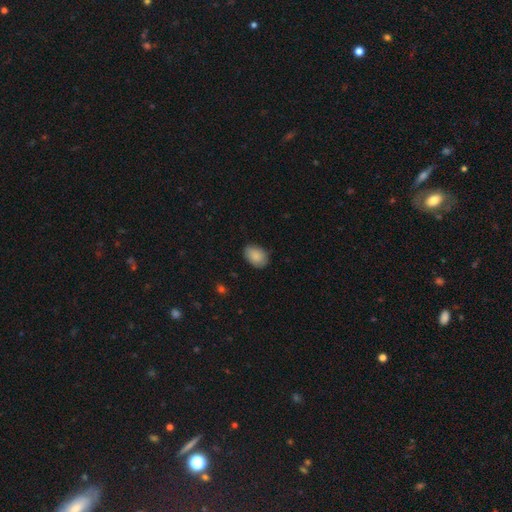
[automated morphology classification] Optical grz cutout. It shows a smooth galaxy with no disk features (88%) that is in between round and cigar-shaped (81%). Merging: none (81%).